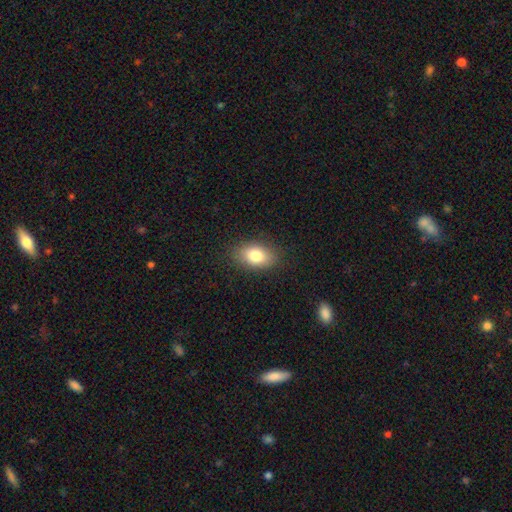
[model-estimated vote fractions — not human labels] smooth 80%, featured or disk 11%, star or artifact 9%. Down the decision tree: how rounded — in between (85%); merging — none (86%).